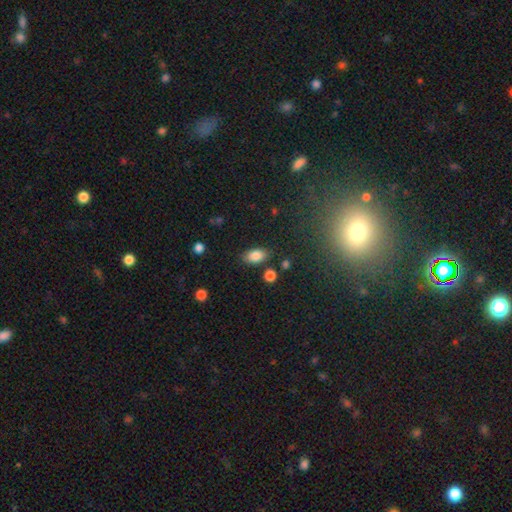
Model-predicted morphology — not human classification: type=smooth (85%); roundness=in between (91%); merging=none (82%).